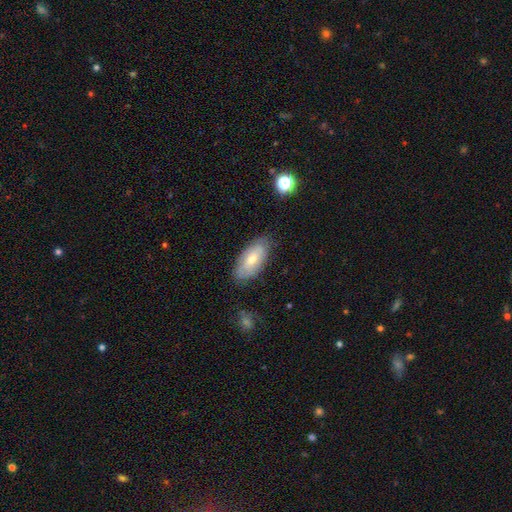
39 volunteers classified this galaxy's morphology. smooth-or-featured: smooth: 67% | featured or disk: 28% | star or artifact: 5%
  how-rounded: in between: 88% | cigar-shaped: 8% | round: 4%
  merging: none: 89% | minor disturbance: 8% | major disturbance: 3% | merger: 0%